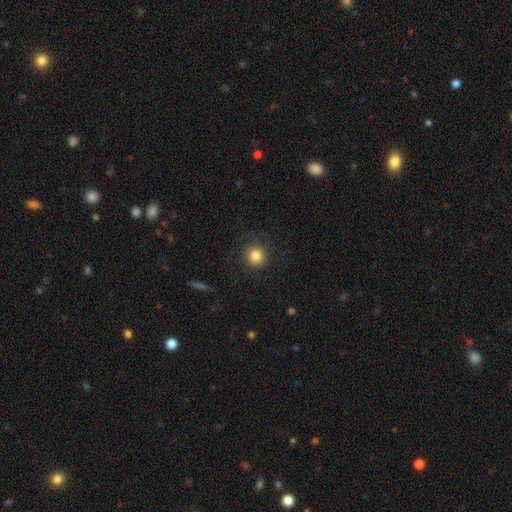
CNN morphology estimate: This is clearly a smooth galaxy (82%). How rounded: clearly round (93%). Merging: clearly none (86%).